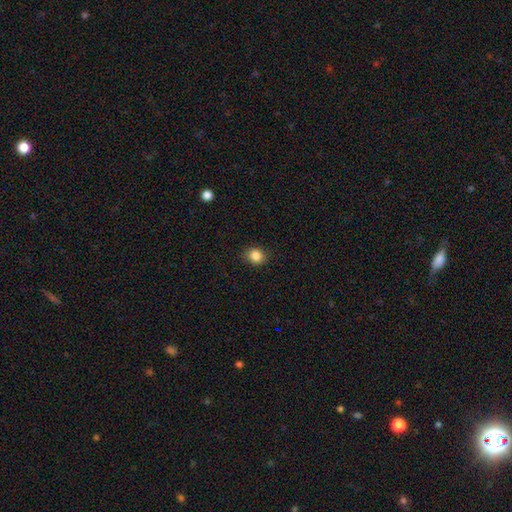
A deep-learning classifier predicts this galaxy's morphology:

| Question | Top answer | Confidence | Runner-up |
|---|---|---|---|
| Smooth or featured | smooth | 86% | star or artifact (10%) |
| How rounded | round | 66% | in between (33%) |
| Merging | none | 88% | minor disturbance (9%) |